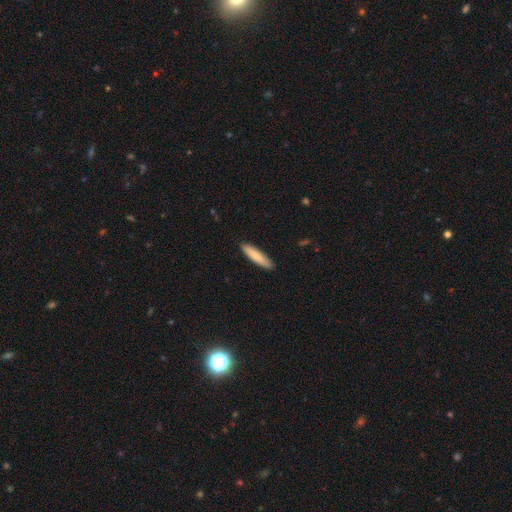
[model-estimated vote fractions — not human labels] Smooth or featured?
  - smooth: 81% *
  - featured or disk: 14%
  - star or artifact: 5%
How rounded?
  - cigar-shaped: 81% *
  - in between: 18%
  - round: 1%
Merging?
  - none: 90% *
  - minor disturbance: 7%
  - major disturbance: 1%
  - merger: 1%